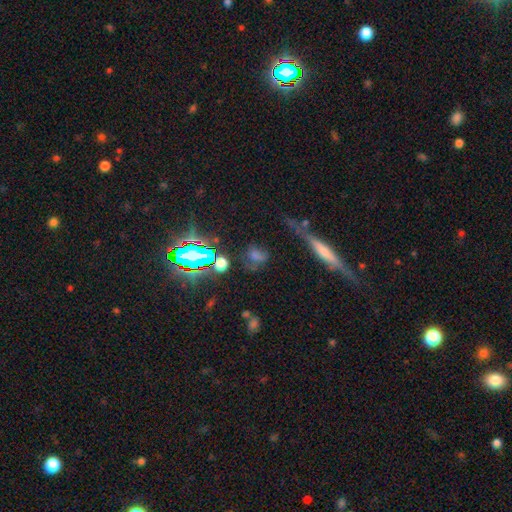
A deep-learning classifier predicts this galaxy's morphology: Smooth or featured?
  - star or artifact: 46% *
  - smooth: 34%
  - featured or disk: 21%